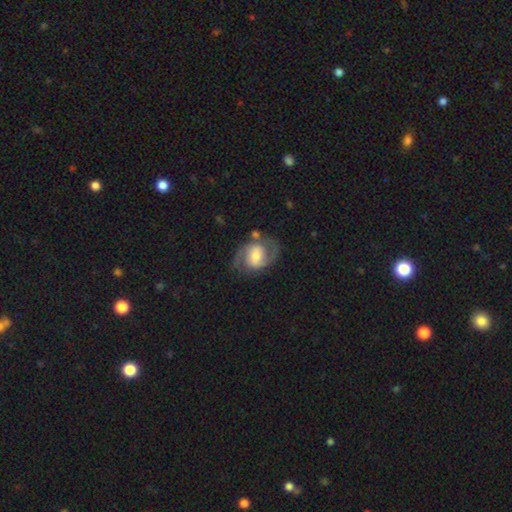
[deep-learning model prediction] Morphology: type=featured or disk (81%); edge-on=no (97%); bar=weak (48%); spiral arms=yes (94%); winding=medium (56%); arm count=2 (91%); bulge=moderate (54%); merging=none (72%).